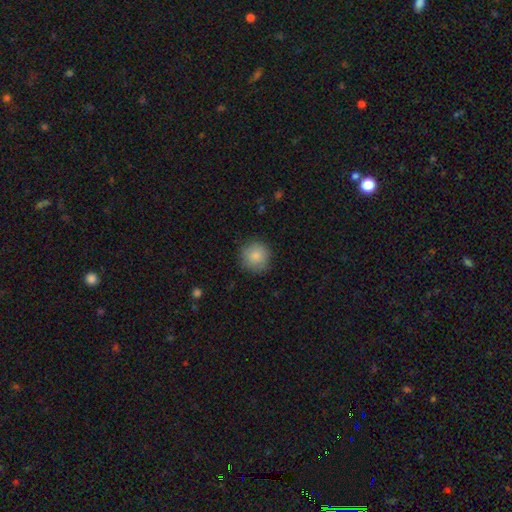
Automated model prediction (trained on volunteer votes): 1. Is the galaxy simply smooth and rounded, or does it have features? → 86% smooth, 8% star or artifact, 6% featured or disk.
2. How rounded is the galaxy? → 94% round, 5% in between, 1% cigar-shaped.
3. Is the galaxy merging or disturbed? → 86% none, 10% minor disturbance, 2% major disturbance, 1% merger.